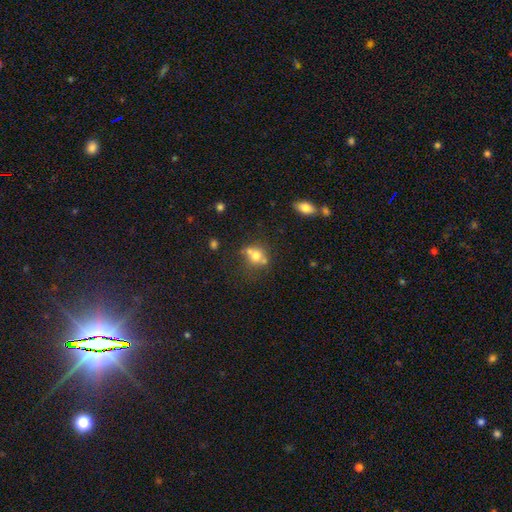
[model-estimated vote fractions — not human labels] Morphology: type=smooth (66%); roundness=round (74%); merging=none (44%).